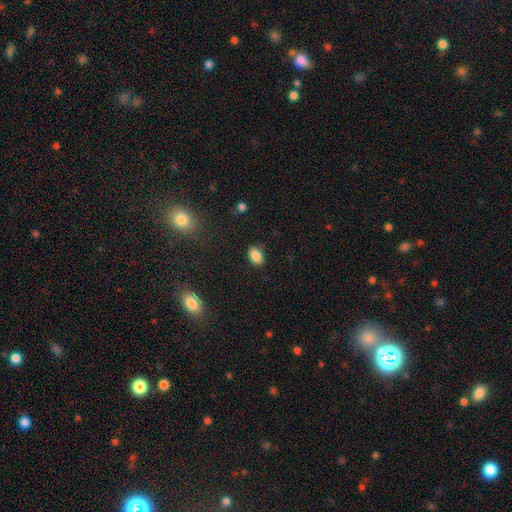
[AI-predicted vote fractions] Q: Smooth or featured?
A: smooth (86%); runner-up: star or artifact (9%)
Q: How rounded?
A: in between (83%); runner-up: round (15%)
Q: Merging?
A: none (81%); runner-up: minor disturbance (14%)